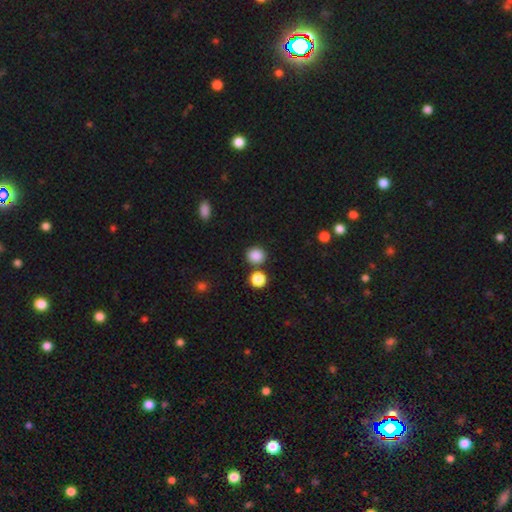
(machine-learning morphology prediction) Smooth or featured? Predicted: smooth (p=0.86). How rounded? Predicted: round (p=0.80). Merging? Predicted: none (p=0.78).